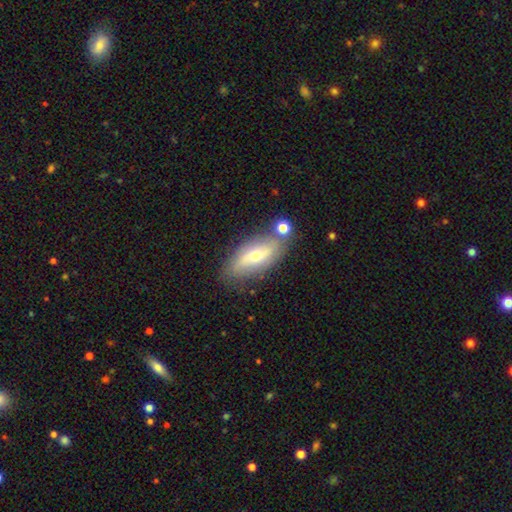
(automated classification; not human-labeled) A featured or disk galaxy (49%).

Vote fractions:
- Smooth or featured? featured or disk: 49% / smooth: 43% / star or artifact: 8%
- Merging? none: 69% / minor disturbance: 16% / merger: 10% / major disturbance: 5%